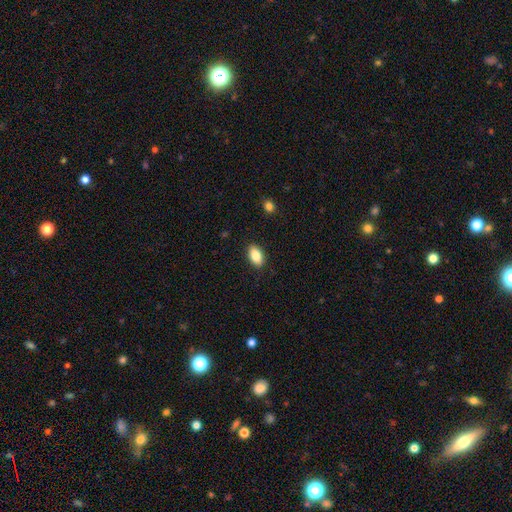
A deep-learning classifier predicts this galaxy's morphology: Smooth or featured?
  - smooth: 87% *
  - star or artifact: 7%
  - featured or disk: 6%
How rounded?
  - in between: 93% *
  - round: 5%
  - cigar-shaped: 2%
Merging?
  - none: 89% *
  - minor disturbance: 8%
  - major disturbance: 2%
  - merger: 1%